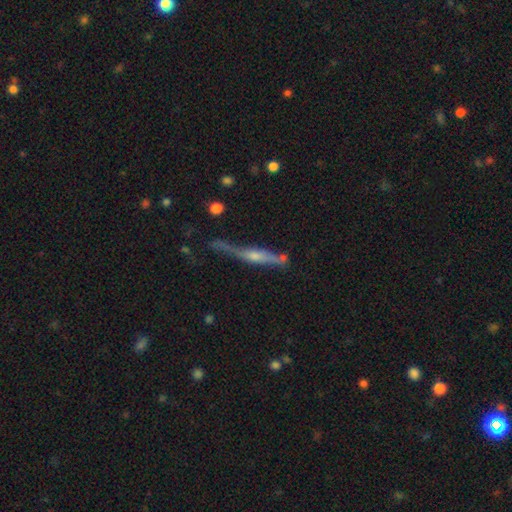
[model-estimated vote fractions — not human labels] Smooth or featured: featured or disk — 65% (smooth — 28%)
Edge-on disk: yes — 91% (no — 9%)
Edge-on bulge: rounded — 66% (none — 19%)
Merging: none — 55% (minor disturbance — 26%)